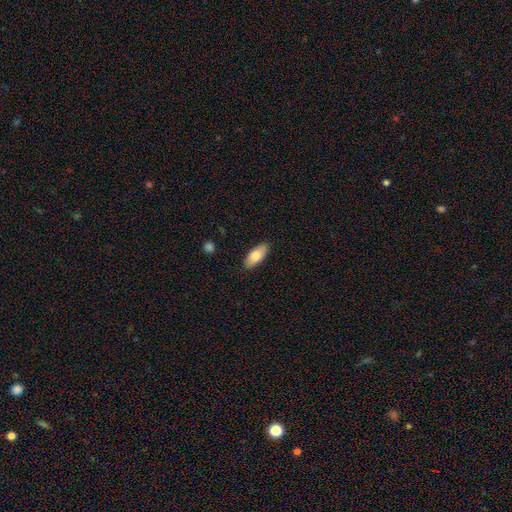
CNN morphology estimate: smooth_or_featured: smooth (p=0.81) [alt: featured or disk p=0.14]
how_rounded: in between (p=0.85) [alt: cigar-shaped p=0.13]
merging: none (p=0.88) [alt: minor disturbance p=0.09]